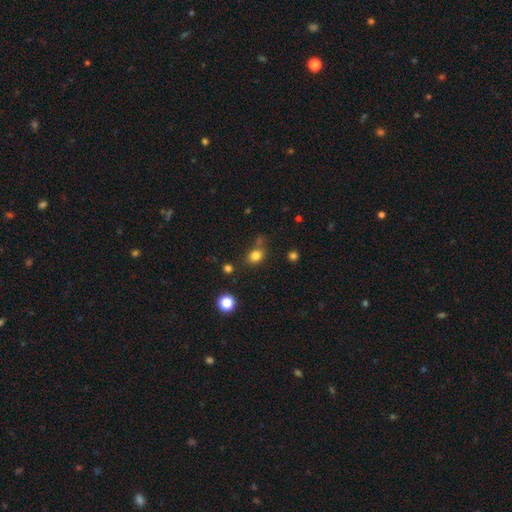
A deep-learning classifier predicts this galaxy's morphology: Smooth or featured?
  - smooth: 80% *
  - star or artifact: 14%
  - featured or disk: 6%
How rounded?
  - round: 54% *
  - in between: 44%
  - cigar-shaped: 1%
Merging?
  - none: 68% *
  - minor disturbance: 16%
  - merger: 11%
  - major disturbance: 5%